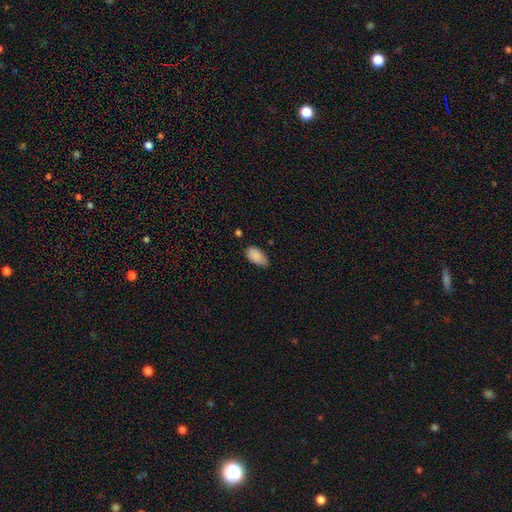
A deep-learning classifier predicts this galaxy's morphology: smooth-or-featured: smooth: 88% | star or artifact: 7% | featured or disk: 5%
  how-rounded: in between: 94% | round: 3% | cigar-shaped: 2%
  merging: none: 62% | minor disturbance: 32% | major disturbance: 4% | merger: 2%